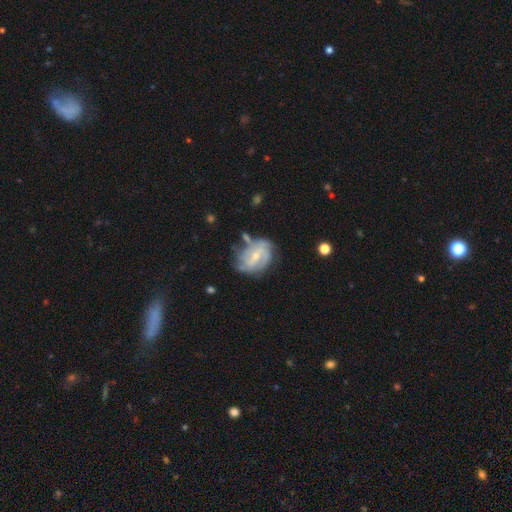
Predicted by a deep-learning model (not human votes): A featured or disk galaxy (76%) with a weak bar (52%), 2 (39%) medium (41%, tied with tight) spiral arms (88%) and a small central bulge (56%). Merging: none (56%).